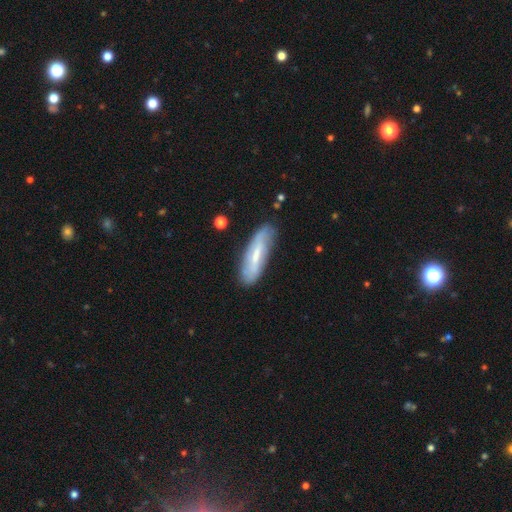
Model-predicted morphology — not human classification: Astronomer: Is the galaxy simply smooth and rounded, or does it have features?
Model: featured or disk — 48% (runner-up: smooth, 46%).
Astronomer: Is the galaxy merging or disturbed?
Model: none — 76%.